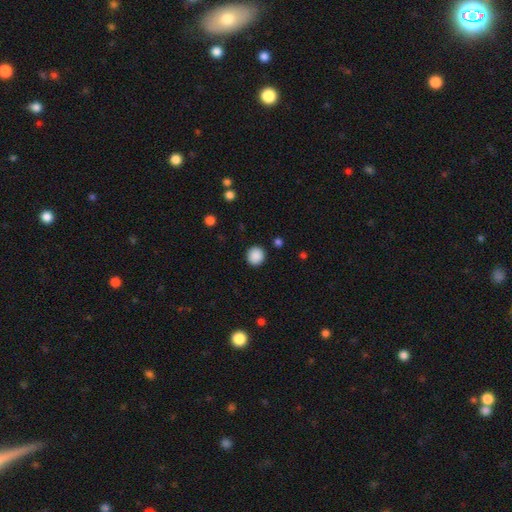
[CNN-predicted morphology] This is clearly a smooth galaxy (88%). How rounded: clearly round (90%). Merging: clearly none (91%).